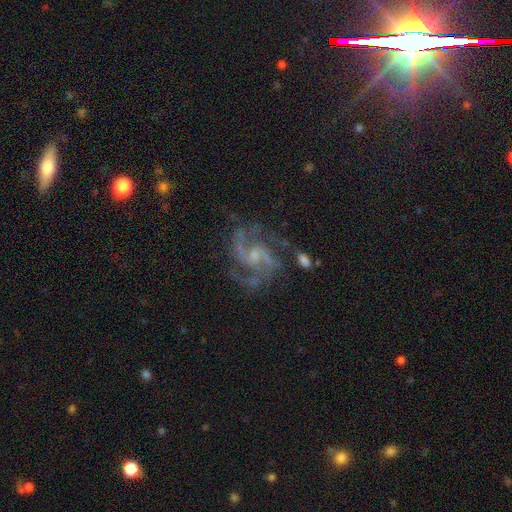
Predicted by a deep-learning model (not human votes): Smooth or featured? featured or disk (90%)
Edge-on disk? no (98%)
Bar? no (45%)
Spiral arms? yes (97%)
Spiral winding? medium (61%)
Spiral arm count? 2 (56%)
Bulge size? small (62%)
Merging? none (65%)